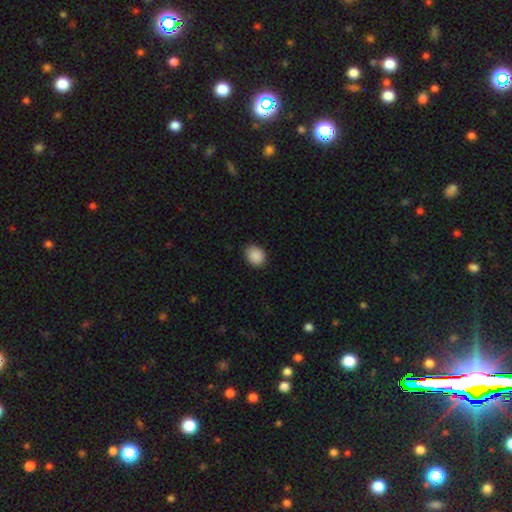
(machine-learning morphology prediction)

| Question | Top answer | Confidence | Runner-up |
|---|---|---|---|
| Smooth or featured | smooth | 89% | star or artifact (8%) |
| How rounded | round | 56% | in between (43%) |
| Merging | none | 86% | minor disturbance (11%) |